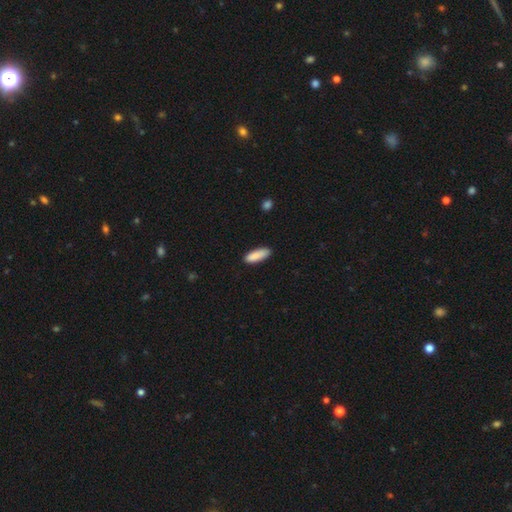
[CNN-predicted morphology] Smooth or featured?
  - smooth: 89% *
  - star or artifact: 6%
  - featured or disk: 5%
How rounded?
  - in between: 59% *
  - cigar-shaped: 39%
  - round: 2%
Merging?
  - none: 85% *
  - minor disturbance: 12%
  - major disturbance: 2%
  - merger: 1%